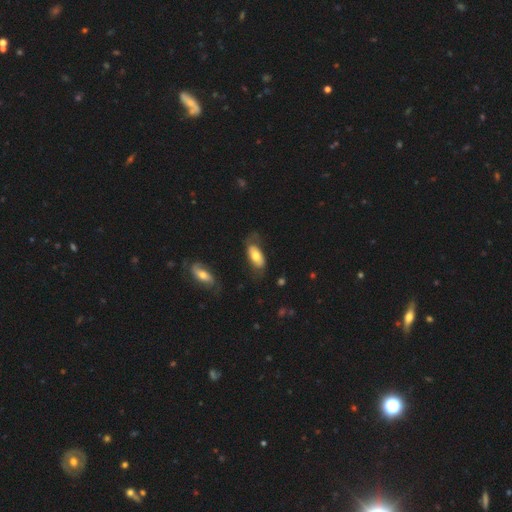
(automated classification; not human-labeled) smooth-or-featured: smooth: 63% | featured or disk: 31% | star or artifact: 6%
  how-rounded: in between: 88% | cigar-shaped: 9% | round: 3%
  merging: none: 56% | minor disturbance: 25% | major disturbance: 16% | merger: 3%